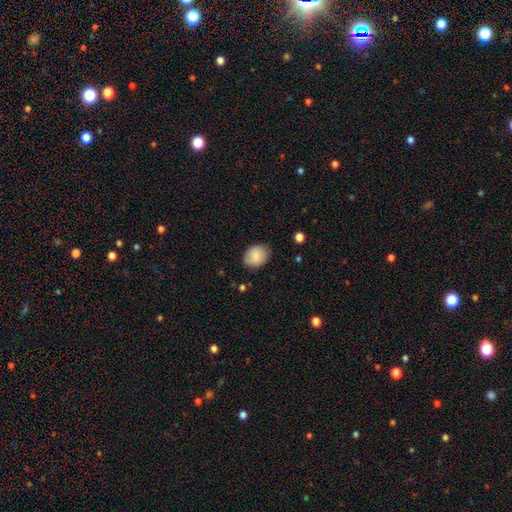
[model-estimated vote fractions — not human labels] A smooth galaxy with no disk features (86%) that is in between round and cigar-shaped (58%).

Vote fractions:
- Smooth or featured? smooth: 86% / star or artifact: 7% / featured or disk: 7%
- How rounded? in between: 58% / round: 41% / cigar-shaped: 1%
- Merging? none: 82% / minor disturbance: 14% / major disturbance: 3% / merger: 1%